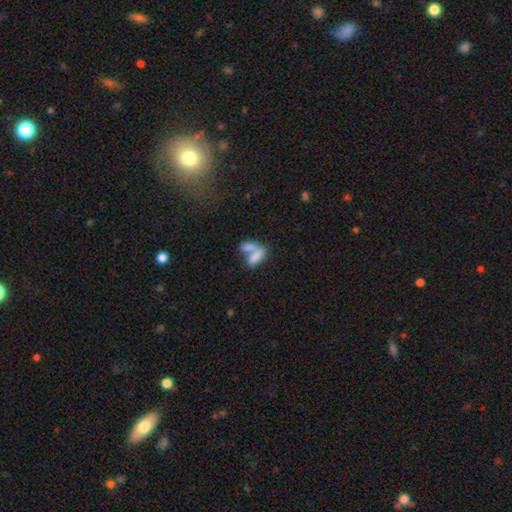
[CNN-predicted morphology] A smooth galaxy with no disk features (77%) that is in between round and cigar-shaped (81%). Merging: merger (68%).